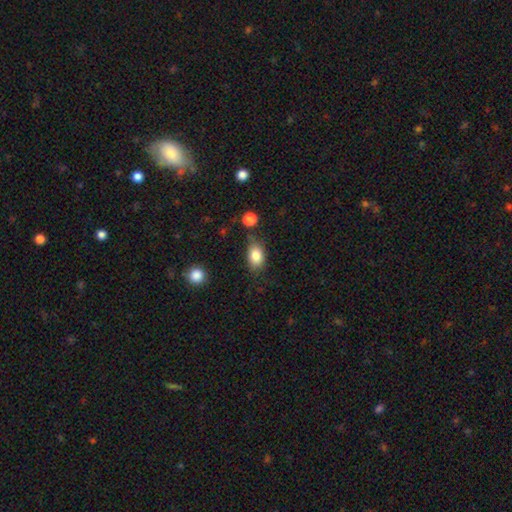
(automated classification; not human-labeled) Smooth or featured? smooth (84%)
How rounded? in between (83%)
Merging? none (69%)